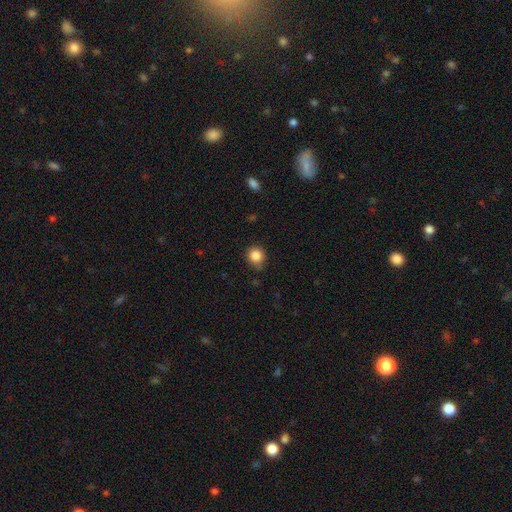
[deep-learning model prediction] A smooth galaxy with no disk features (86%) that is round (89%).

Vote fractions:
- Smooth or featured? smooth: 86% / star or artifact: 10% / featured or disk: 4%
- How rounded? round: 89% / in between: 10% / cigar-shaped: 1%
- Merging? none: 80% / minor disturbance: 15% / major disturbance: 3% / merger: 2%